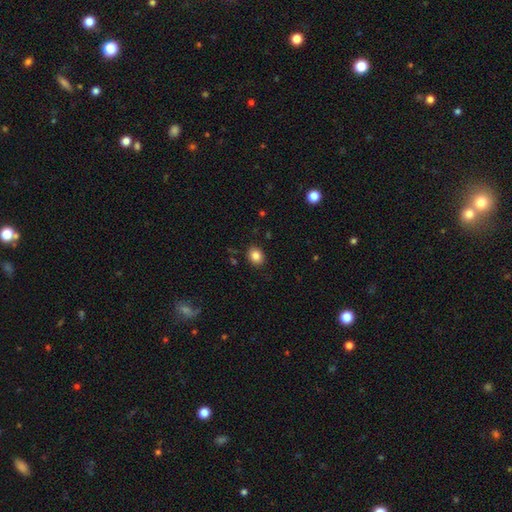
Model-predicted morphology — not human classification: Smooth or featured?
  - smooth: 85% *
  - star or artifact: 10%
  - featured or disk: 5%
How rounded?
  - in between: 51% *
  - round: 49%
  - cigar-shaped: 1%
Merging?
  - none: 88% *
  - minor disturbance: 8%
  - major disturbance: 2%
  - merger: 1%